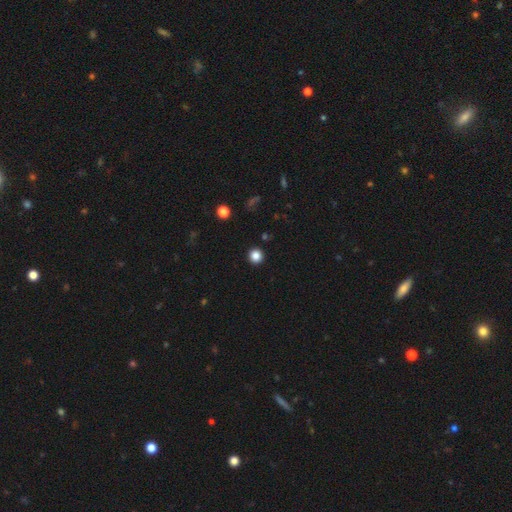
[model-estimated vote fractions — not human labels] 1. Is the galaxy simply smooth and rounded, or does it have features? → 85% smooth, 12% star or artifact, 4% featured or disk.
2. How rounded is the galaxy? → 95% round, 4% in between, 1% cigar-shaped.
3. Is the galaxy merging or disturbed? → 93% none, 4% minor disturbance, 1% major disturbance, 1% merger.